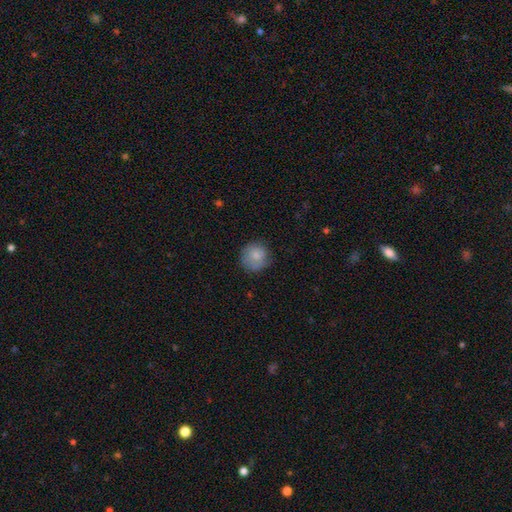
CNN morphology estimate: smooth_or_featured: smooth (p=0.78) [alt: featured or disk p=0.15]
how_rounded: round (p=0.88) [alt: in between p=0.11]
merging: none (p=0.70) [alt: minor disturbance p=0.22]